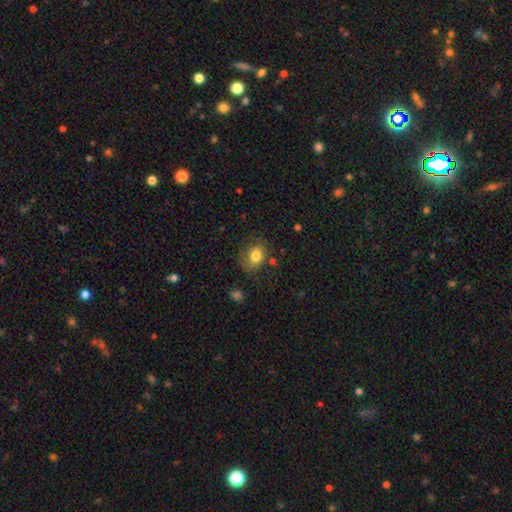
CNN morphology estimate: A smooth galaxy with no disk features (80%) that is round (50%).

Vote fractions:
- Smooth or featured? smooth: 80% / featured or disk: 10% / star or artifact: 10%
- How rounded? round: 50% / in between: 49% / cigar-shaped: 1%
- Merging? none: 66% / minor disturbance: 23% / major disturbance: 8% / merger: 3%